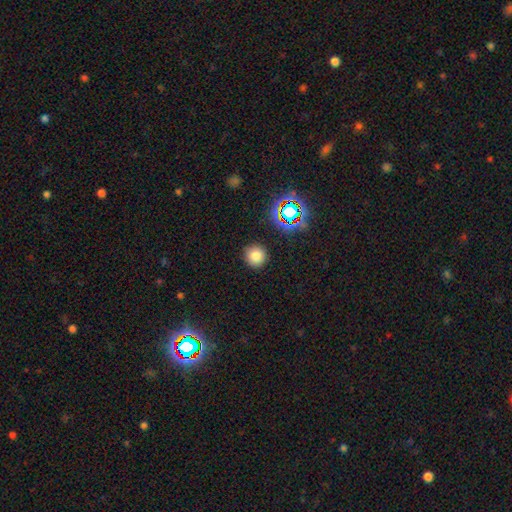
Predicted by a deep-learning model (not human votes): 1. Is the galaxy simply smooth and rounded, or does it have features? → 77% smooth, 17% star or artifact, 6% featured or disk.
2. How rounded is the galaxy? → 94% round, 5% in between, 1% cigar-shaped.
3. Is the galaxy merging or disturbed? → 89% none, 7% minor disturbance, 2% major disturbance, 1% merger.